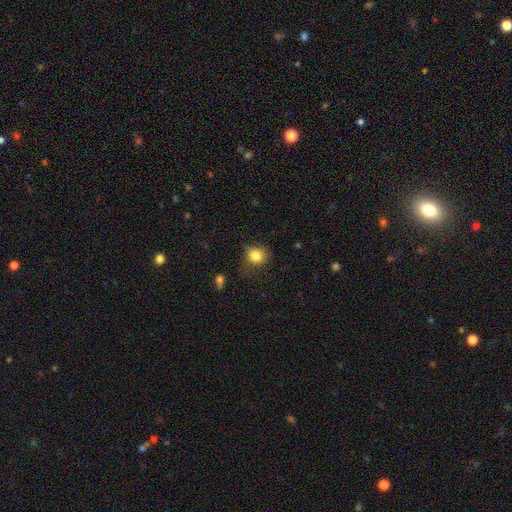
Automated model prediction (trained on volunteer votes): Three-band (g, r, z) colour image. It shows a smooth galaxy with no disk features (83%) that is round (80%). Merging: none (69%).